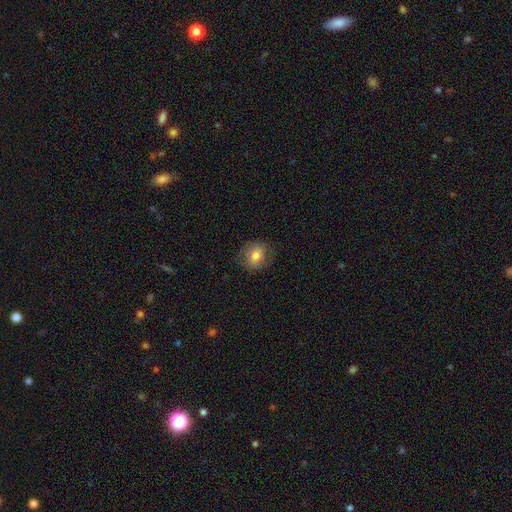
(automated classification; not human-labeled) This is likely a smooth galaxy (71%). How rounded: likely round (65%). Merging: likely none (77%).